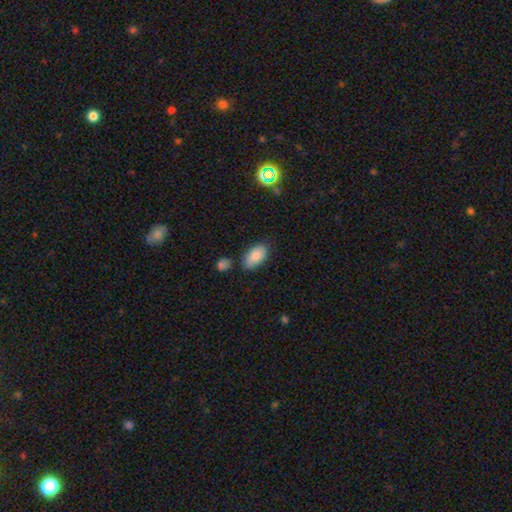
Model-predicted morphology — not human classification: A smooth galaxy with no disk features (84%) that is in between round and cigar-shaped (93%).

Vote fractions:
- Smooth or featured? smooth: 84% / featured or disk: 8% / star or artifact: 8%
- How rounded? in between: 93% / round: 4% / cigar-shaped: 2%
- Merging? none: 73% / minor disturbance: 19% / merger: 4% / major disturbance: 4%